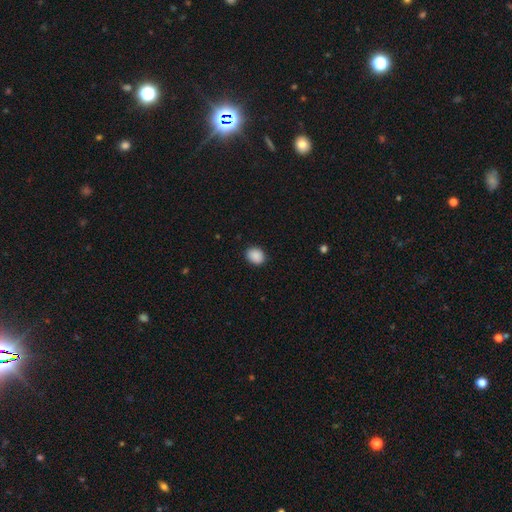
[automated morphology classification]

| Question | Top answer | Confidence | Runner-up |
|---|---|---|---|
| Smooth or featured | smooth | 90% | star or artifact (8%) |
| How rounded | round | 53% | in between (46%) |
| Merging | none | 90% | minor disturbance (7%) |